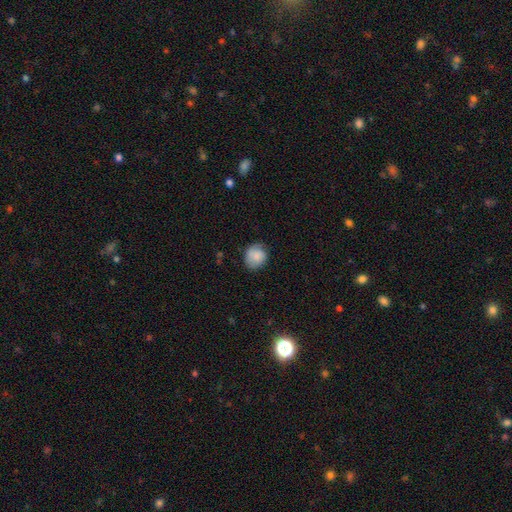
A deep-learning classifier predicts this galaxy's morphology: A smooth galaxy with no disk features (78%) that is round (72%).

Vote fractions:
- Smooth or featured? smooth: 78% / featured or disk: 14% / star or artifact: 8%
- How rounded? round: 72% / in between: 27% / cigar-shaped: 1%
- Merging? none: 67% / minor disturbance: 25% / major disturbance: 6% / merger: 1%